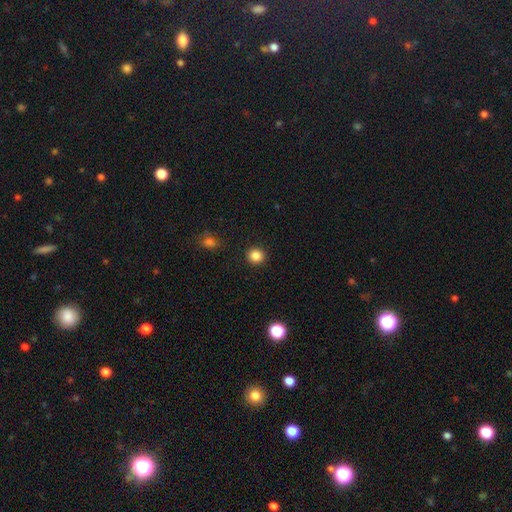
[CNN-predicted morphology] Smooth or featured? Predicted: smooth (p=0.86). How rounded? Predicted: round (p=0.90). Merging? Predicted: none (p=0.92).